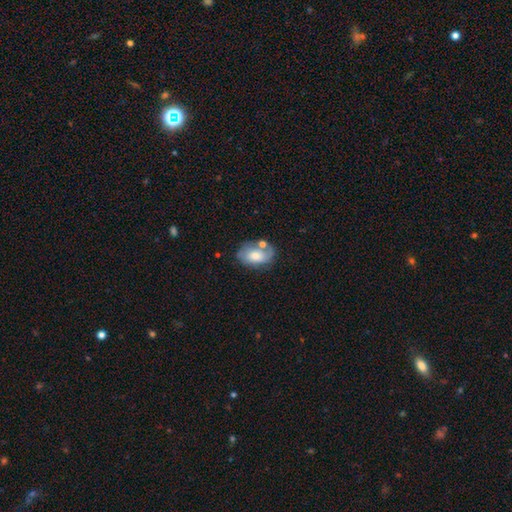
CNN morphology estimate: smooth_or_featured: smooth (p=0.60) [alt: featured or disk p=0.32]
how_rounded: in between (p=0.86) [alt: round p=0.13]
merging: none (p=0.48) [alt: minor disturbance p=0.24]